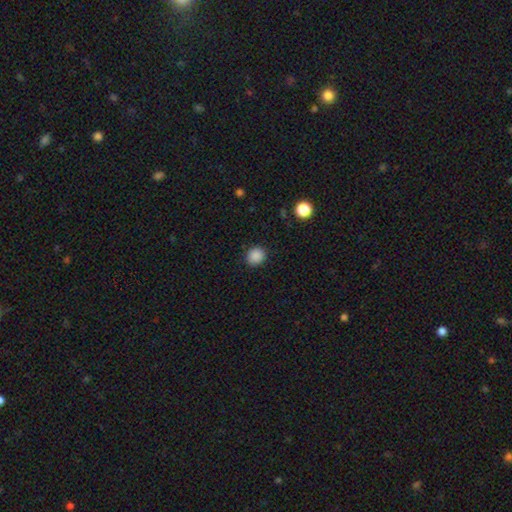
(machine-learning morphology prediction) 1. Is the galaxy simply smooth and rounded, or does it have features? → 87% smooth, 10% star or artifact, 3% featured or disk.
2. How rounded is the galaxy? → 80% round, 19% in between, 1% cigar-shaped.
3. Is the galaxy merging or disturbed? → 90% none, 7% minor disturbance, 2% major disturbance, 1% merger.